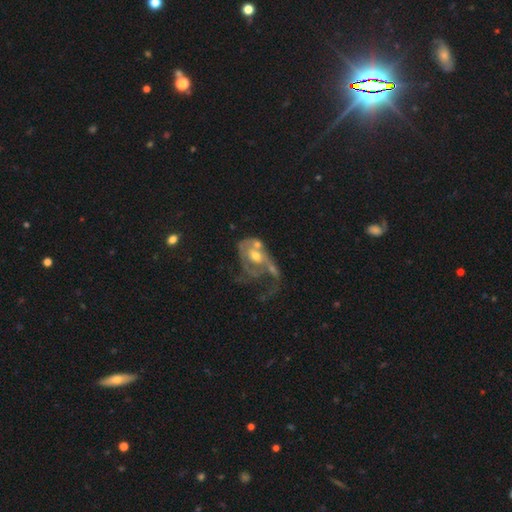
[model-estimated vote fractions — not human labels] smooth-or-featured: featured or disk: 73% | smooth: 20% | star or artifact: 8%
  disk-edge-on: no: 96% | yes: 4%
    bar: no: 69% | weak: 25% | strong: 6%
    has-spiral-arms: yes: 62% | no: 38%
    bulge-size: moderate: 62% | small: 29% | large: 5% | none: 3% | dominant: 1%
  merging: major disturbance: 41% | merger: 29% | none: 18% | minor disturbance: 12%